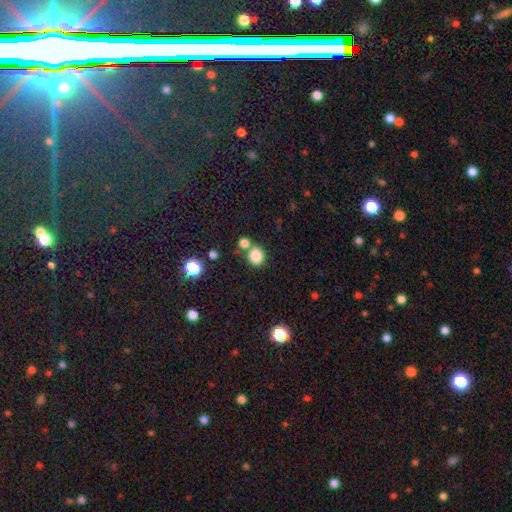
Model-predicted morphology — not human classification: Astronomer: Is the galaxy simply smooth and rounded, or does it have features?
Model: smooth — 83%.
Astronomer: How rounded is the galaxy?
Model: round — 71%.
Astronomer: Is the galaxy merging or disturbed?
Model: none — 65%.